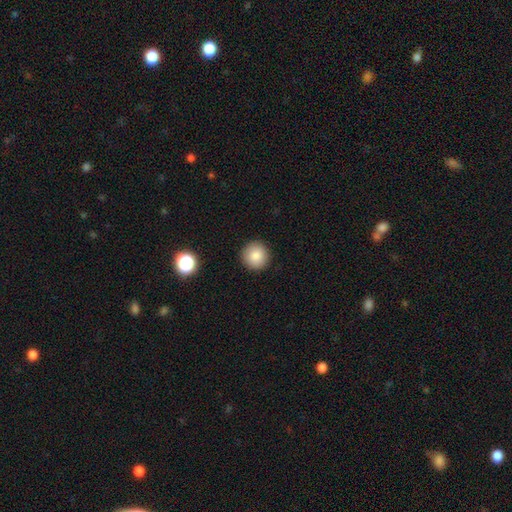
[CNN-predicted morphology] smooth-or-featured: smooth: 85% | star or artifact: 10% | featured or disk: 6%
  how-rounded: round: 95% | in between: 4% | cigar-shaped: 1%
  merging: none: 92% | minor disturbance: 5% | major disturbance: 2% | merger: 1%